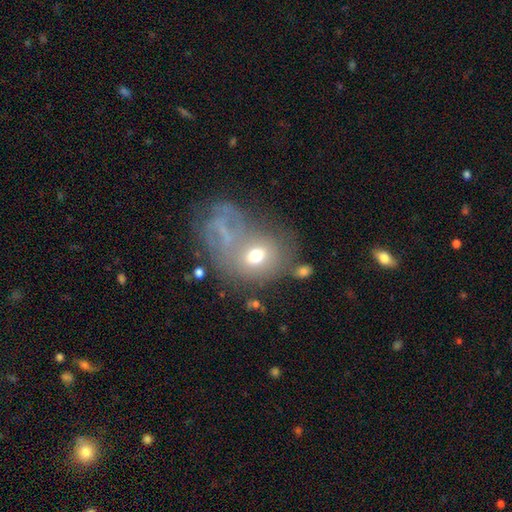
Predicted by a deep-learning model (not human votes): smooth 58%, featured or disk 30%, star or artifact 13%. Down the decision tree: how rounded — round (51%); merging — none (33%).